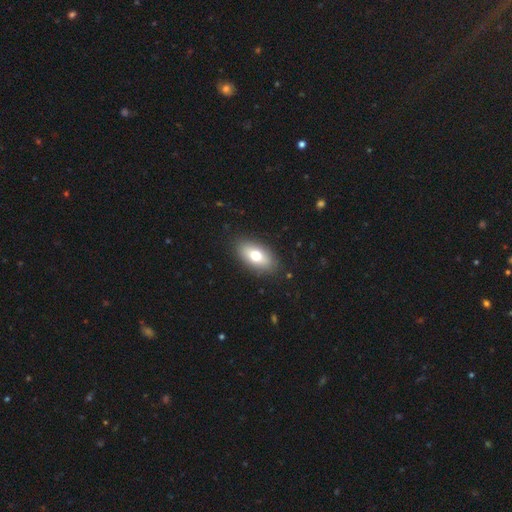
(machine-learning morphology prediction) A smooth galaxy with no disk features (72%) that is in between round and cigar-shaped (90%).

Vote fractions:
- Smooth or featured? smooth: 72% / featured or disk: 20% / star or artifact: 8%
- How rounded? in between: 90% / round: 5% / cigar-shaped: 5%
- Merging? none: 87% / minor disturbance: 9% / major disturbance: 3% / merger: 1%